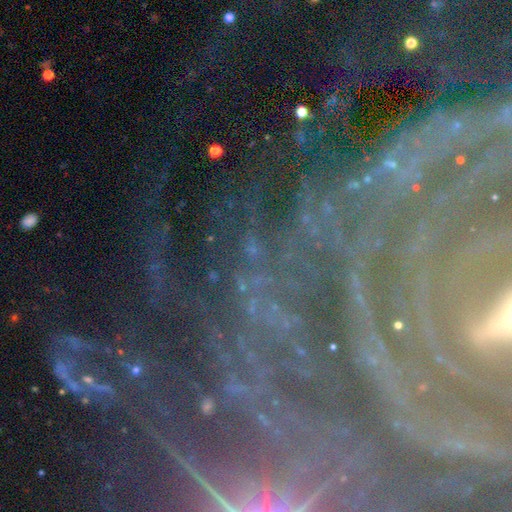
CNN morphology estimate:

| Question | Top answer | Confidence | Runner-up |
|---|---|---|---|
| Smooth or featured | star or artifact | 50% | featured or disk (39%) |